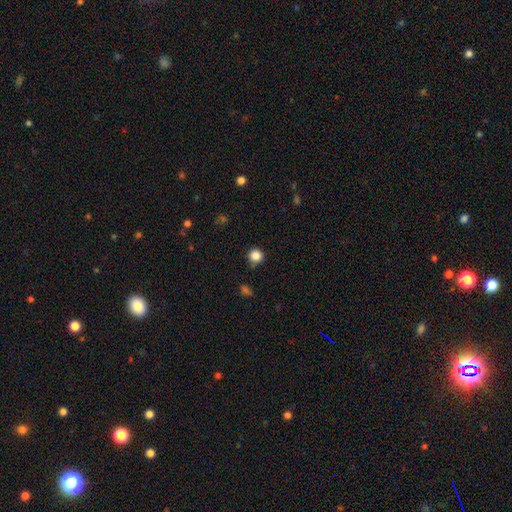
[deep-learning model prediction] Smooth or featured? Predicted: smooth (p=0.85). How rounded? Predicted: round (p=0.93). Merging? Predicted: none (p=0.85).